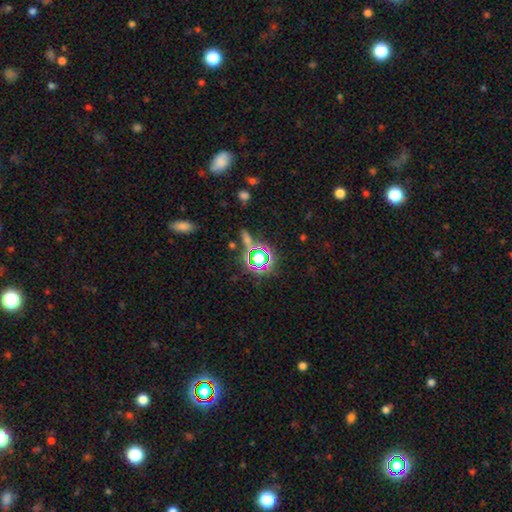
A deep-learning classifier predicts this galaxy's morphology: This appears to be a star or artifact, not a galaxy (74%).